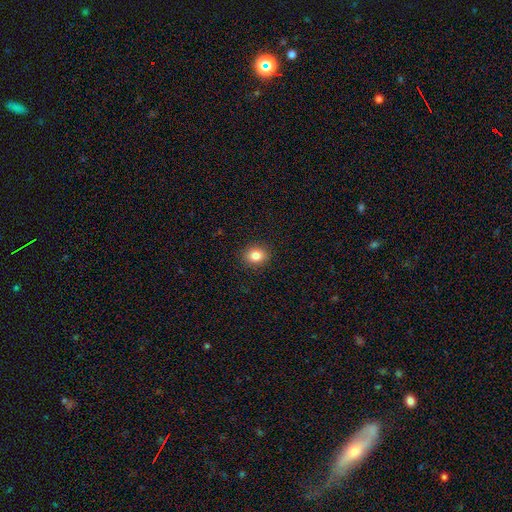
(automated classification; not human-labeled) smooth 84%, star or artifact 10%, featured or disk 6%. Down the decision tree: how rounded — round (58%); merging — none (90%).